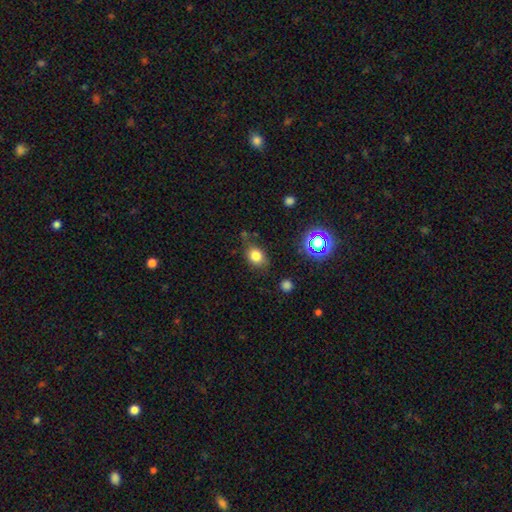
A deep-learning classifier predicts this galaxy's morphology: This appears to be a smooth galaxy with no disk features (77%) that is in between round and cigar-shaped (59%). Merging: none (71%).